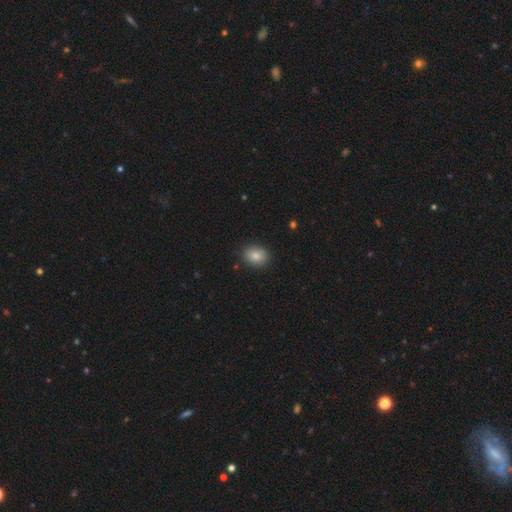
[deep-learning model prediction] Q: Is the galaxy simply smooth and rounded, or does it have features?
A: smooth — 85%.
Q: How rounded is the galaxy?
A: in between — 63%.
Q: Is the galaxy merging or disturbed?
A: none — 86%.